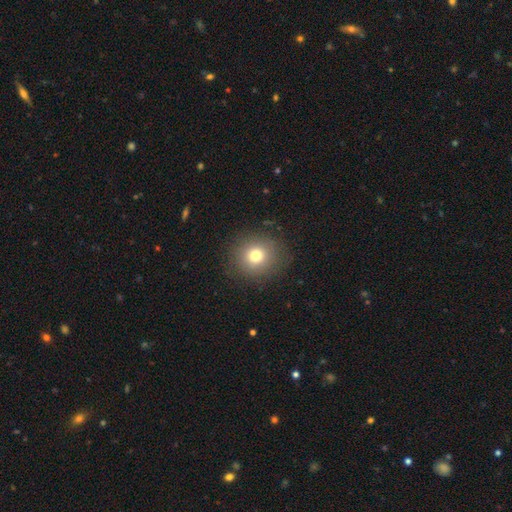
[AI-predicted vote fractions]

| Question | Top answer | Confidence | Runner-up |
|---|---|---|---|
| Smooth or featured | smooth | 76% | star or artifact (13%) |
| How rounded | round | 89% | in between (11%) |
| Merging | none | 88% | minor disturbance (8%) |